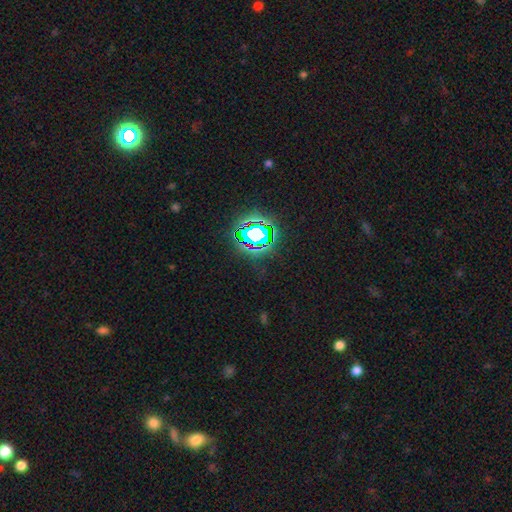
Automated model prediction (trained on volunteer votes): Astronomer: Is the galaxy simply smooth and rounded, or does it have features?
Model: star or artifact — 81%.